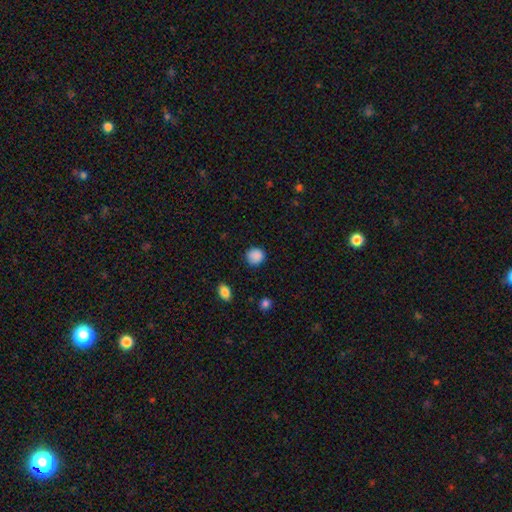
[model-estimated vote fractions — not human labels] A smooth galaxy with no disk features (88%) that is round (90%). Merging: none (85%).